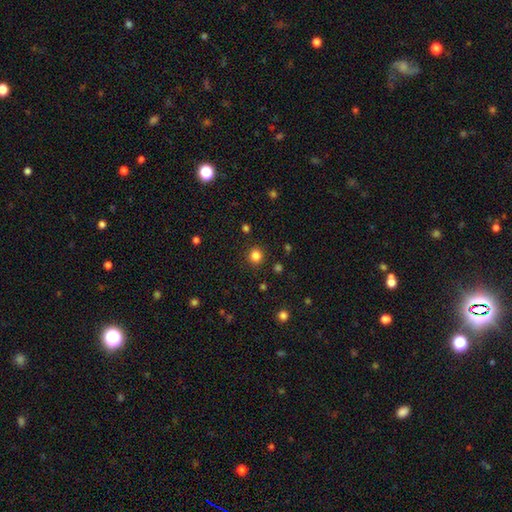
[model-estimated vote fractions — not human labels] This is clearly a smooth galaxy (83%). How rounded: clearly round (90%). Merging: clearly none (90%).